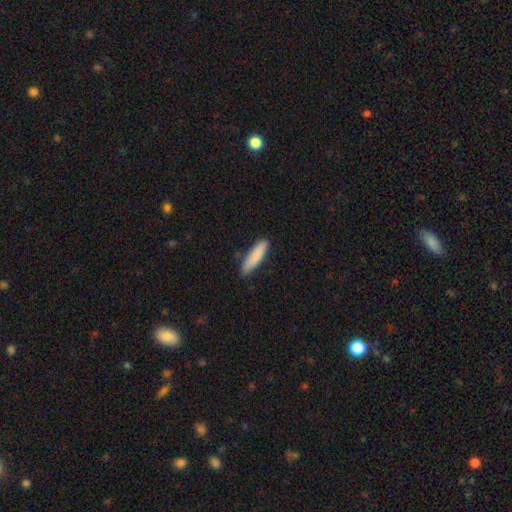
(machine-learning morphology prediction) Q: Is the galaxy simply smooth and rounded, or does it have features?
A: smooth — 86%.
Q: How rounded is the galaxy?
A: cigar-shaped — 74%.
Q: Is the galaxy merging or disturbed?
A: none — 82%.